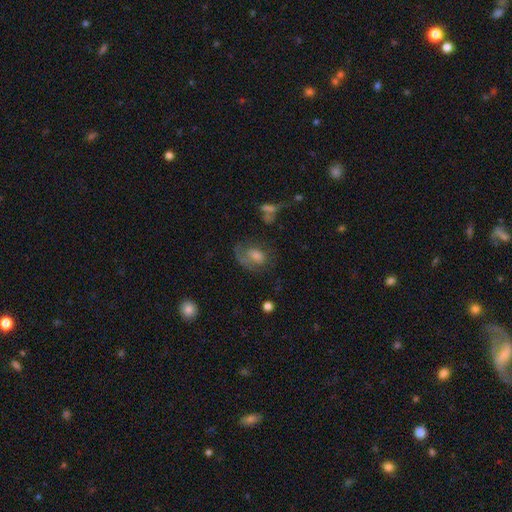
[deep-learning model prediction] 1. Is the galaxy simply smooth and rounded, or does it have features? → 47% featured or disk, 38% smooth, 15% star or artifact.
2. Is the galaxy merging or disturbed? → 42% none, 33% major disturbance, 21% minor disturbance, 5% merger.